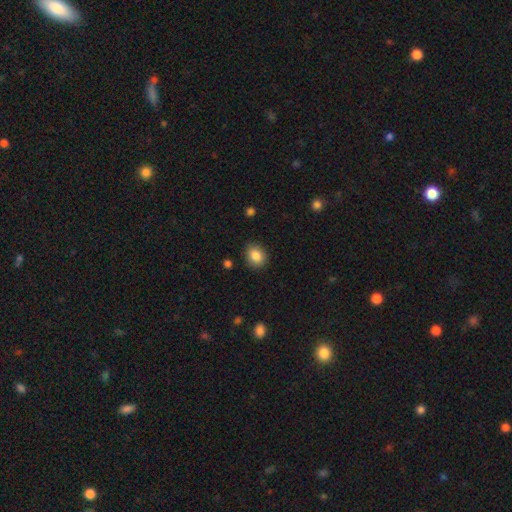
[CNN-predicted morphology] smooth-or-featured: smooth: 86% | star or artifact: 9% | featured or disk: 5%
  how-rounded: round: 53% | in between: 46% | cigar-shaped: 1%
  merging: none: 87% | minor disturbance: 10% | major disturbance: 2% | merger: 1%